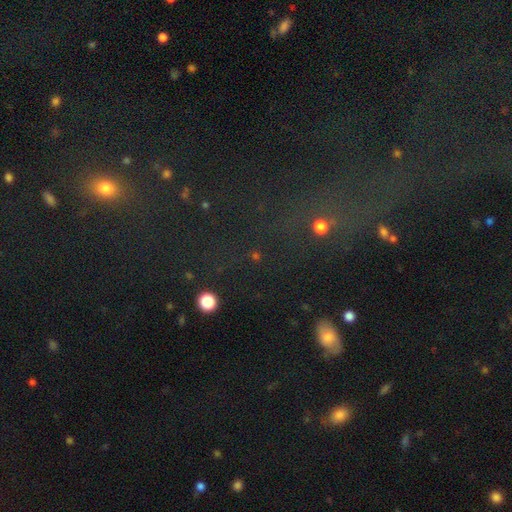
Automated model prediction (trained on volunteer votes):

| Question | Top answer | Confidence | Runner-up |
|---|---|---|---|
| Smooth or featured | star or artifact | 54% | smooth (35%) |